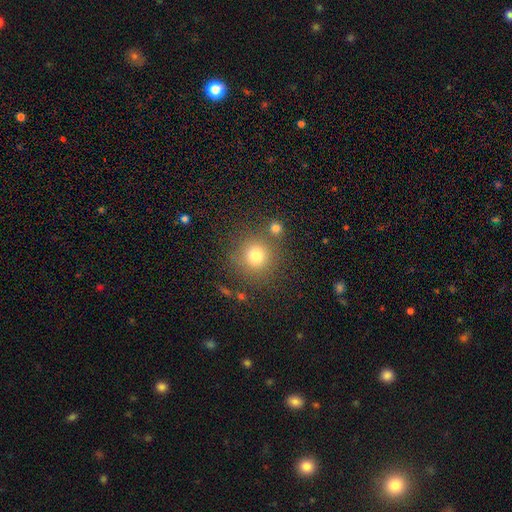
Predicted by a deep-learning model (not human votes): smooth 76%, star or artifact 15%, featured or disk 9%. Down the decision tree: how rounded — round (93%); merging — none (76%).